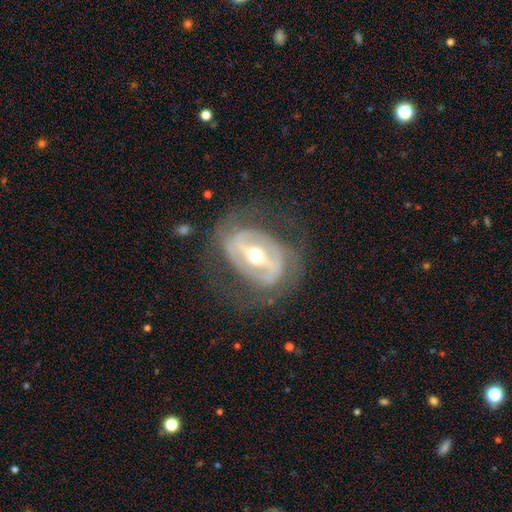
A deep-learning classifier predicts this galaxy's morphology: This is clearly a featured or disk galaxy (83%). It is clearly not viewed edge-on (93%). Bar: likely strong (67%). Spiral arm pattern: possibly yes (59%). Central bulge: likely moderate (67%). Merging: likely none (68%).